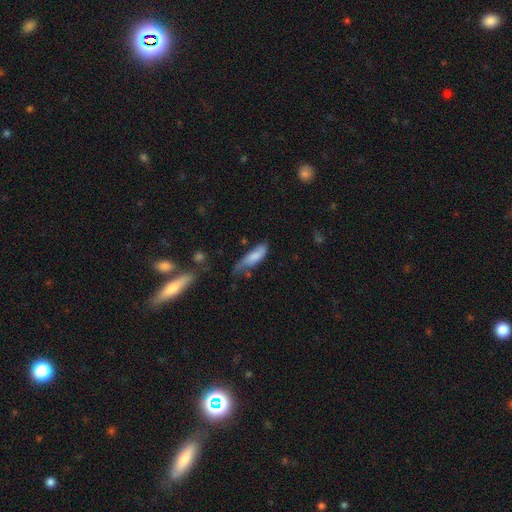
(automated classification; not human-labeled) smooth-or-featured: smooth: 75% | featured or disk: 19% | star or artifact: 7%
  how-rounded: in between: 56% | cigar-shaped: 42% | round: 2%
  merging: minor disturbance: 39% | none: 36% | major disturbance: 19% | merger: 6%